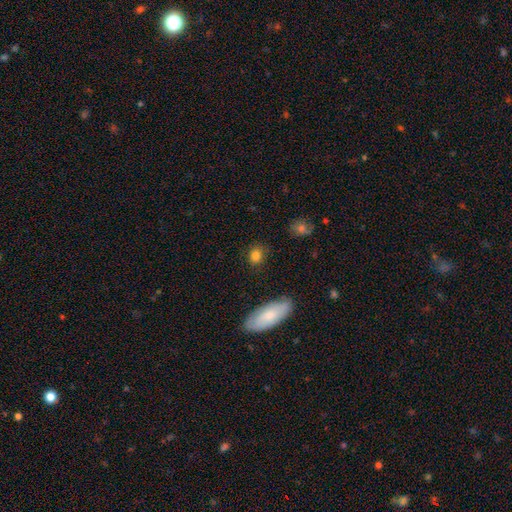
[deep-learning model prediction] Smooth or featured?
  - smooth: 83% *
  - star or artifact: 10%
  - featured or disk: 7%
How rounded?
  - round: 56% *
  - in between: 41%
  - cigar-shaped: 3%
Merging?
  - none: 83% *
  - minor disturbance: 12%
  - major disturbance: 3%
  - merger: 2%